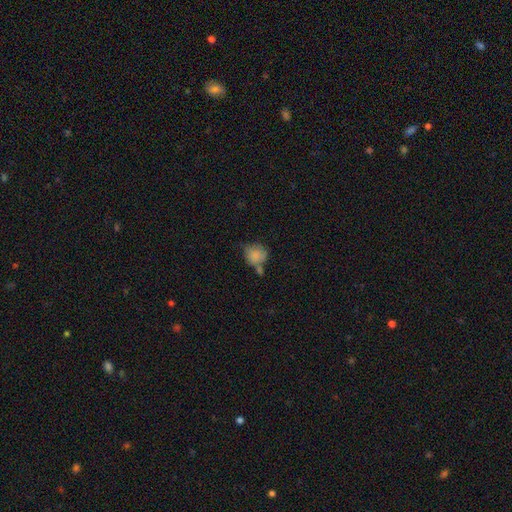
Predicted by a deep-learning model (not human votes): Smooth or featured? smooth (82%)
How rounded? round (77%)
Merging? none (41%)